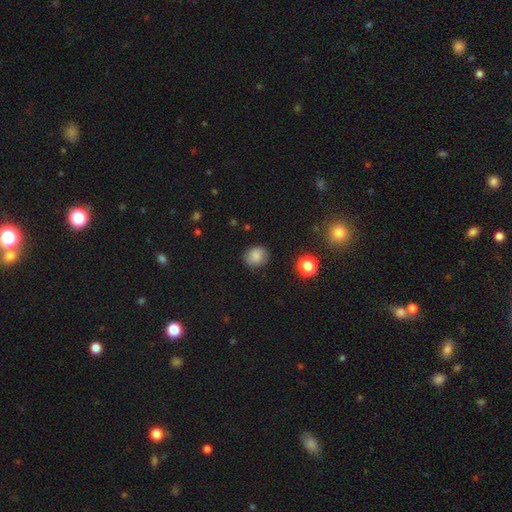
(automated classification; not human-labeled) Smooth or featured? Predicted: smooth (p=0.82). How rounded? Predicted: round (p=0.72). Merging? Predicted: none (p=0.85).